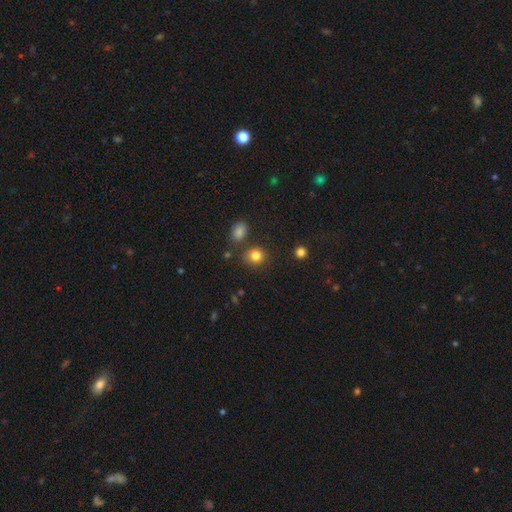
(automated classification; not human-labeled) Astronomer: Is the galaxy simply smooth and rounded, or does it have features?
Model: smooth — 82%.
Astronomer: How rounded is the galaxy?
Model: round — 72%.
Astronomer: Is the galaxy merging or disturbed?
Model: none — 78%.